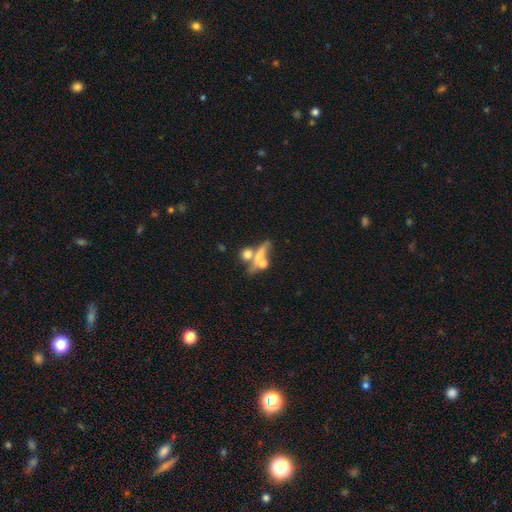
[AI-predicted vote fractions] A smooth galaxy with no disk features (56%) that is round (40%). Merging: merger (50%).